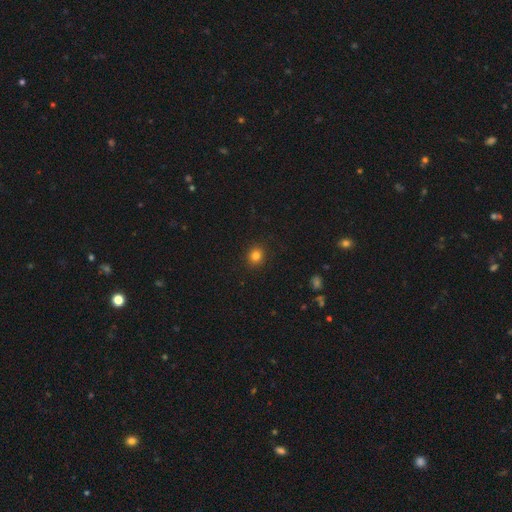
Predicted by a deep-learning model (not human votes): The model was most divided on "how rounded": round: 81%, in between: 18%, cigar-shaped: 1%. More confident: merging — none (91%); smooth or featured — smooth (82%).